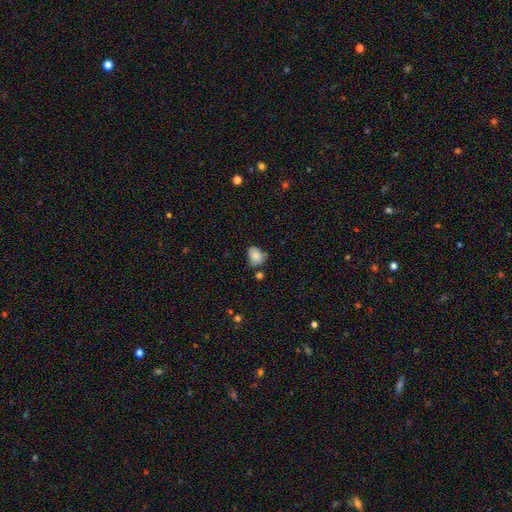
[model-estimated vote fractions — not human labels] This is likely a smooth galaxy (79%). How rounded: likely in between (68%). Merging: possibly none (54%).